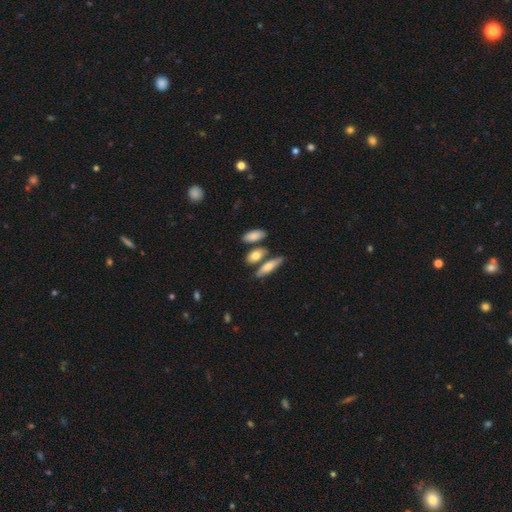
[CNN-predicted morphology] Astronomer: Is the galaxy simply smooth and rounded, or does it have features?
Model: smooth — 74%.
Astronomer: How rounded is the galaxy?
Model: in between — 66%.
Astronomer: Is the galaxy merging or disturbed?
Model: none — 63%.